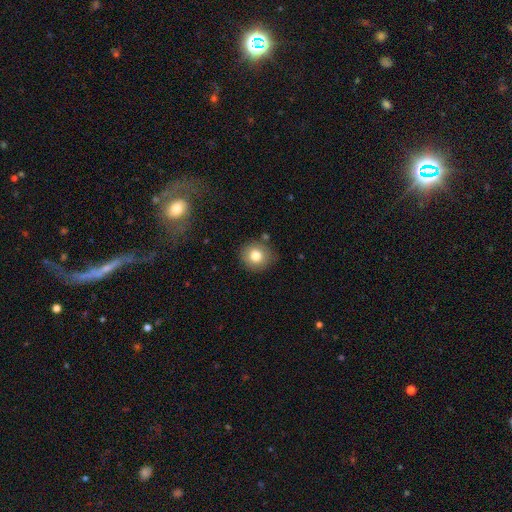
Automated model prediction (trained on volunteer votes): Smooth or featured? smooth (80%)
How rounded? round (88%)
Merging? none (84%)